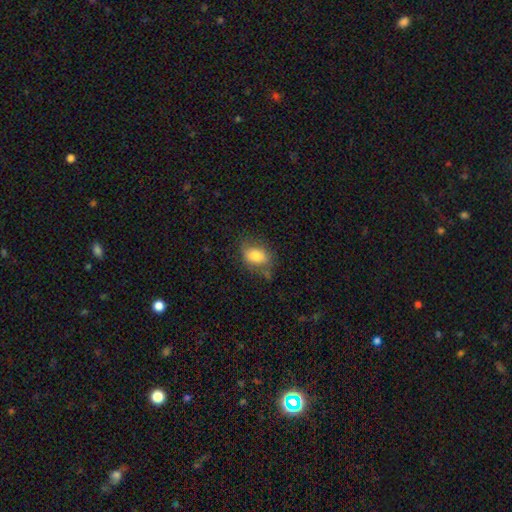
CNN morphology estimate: Q: Smooth or featured?
A: smooth (75%); runner-up: featured or disk (17%)
Q: How rounded?
A: in between (80%); runner-up: round (18%)
Q: Merging?
A: none (61%); runner-up: minor disturbance (26%)